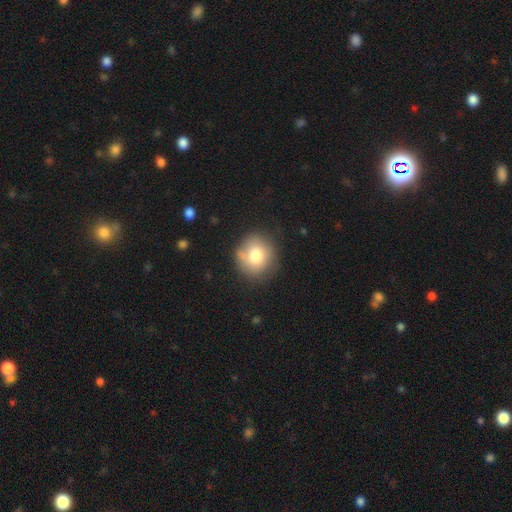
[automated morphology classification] A smooth galaxy with no disk features (76%) that is round (86%). Merging: none (72%).